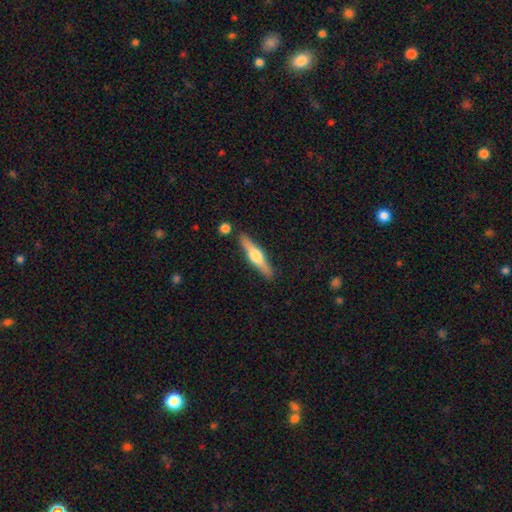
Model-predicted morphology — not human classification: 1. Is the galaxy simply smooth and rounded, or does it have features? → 62% featured or disk, 32% smooth, 5% star or artifact.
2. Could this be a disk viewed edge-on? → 96% yes, 4% no.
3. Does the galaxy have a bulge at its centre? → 92% rounded, 5% boxy, 3% none.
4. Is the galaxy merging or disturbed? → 85% none, 9% minor disturbance, 4% merger, 2% major disturbance.